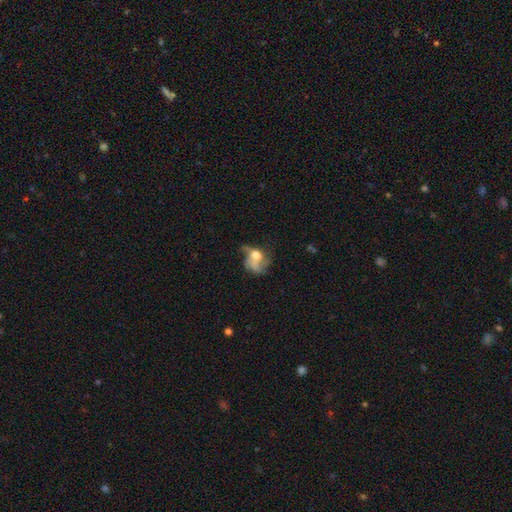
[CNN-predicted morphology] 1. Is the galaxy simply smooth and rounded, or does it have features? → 48% smooth, 40% featured or disk, 12% star or artifact.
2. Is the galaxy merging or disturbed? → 43% major disturbance, 24% none, 20% minor disturbance, 13% merger.